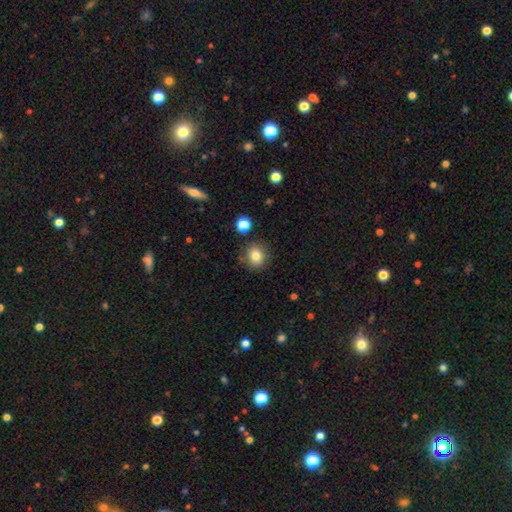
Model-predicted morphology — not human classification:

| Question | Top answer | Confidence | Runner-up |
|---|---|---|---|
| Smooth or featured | smooth | 82% | star or artifact (11%) |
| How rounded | round | 76% | in between (23%) |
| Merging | none | 84% | minor disturbance (9%) |